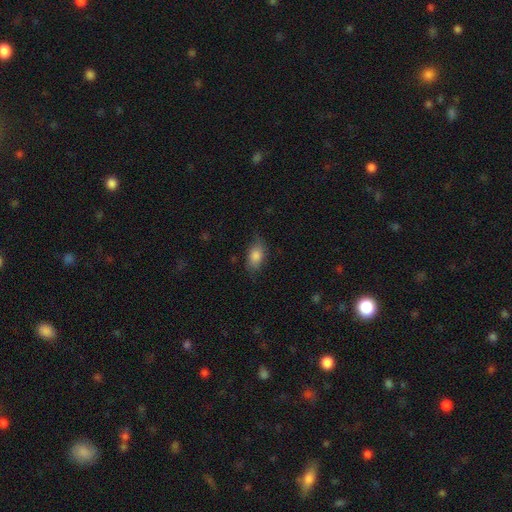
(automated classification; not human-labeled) smooth 81%, featured or disk 12%, star or artifact 7%. Down the decision tree: how rounded — in between (88%); merging — none (70%).